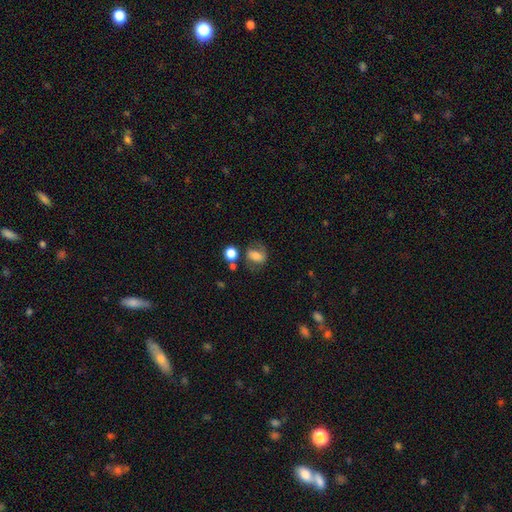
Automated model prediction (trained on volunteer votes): Smooth or featured? smooth (61%)
How rounded? in between (62%)
Merging? none (55%)